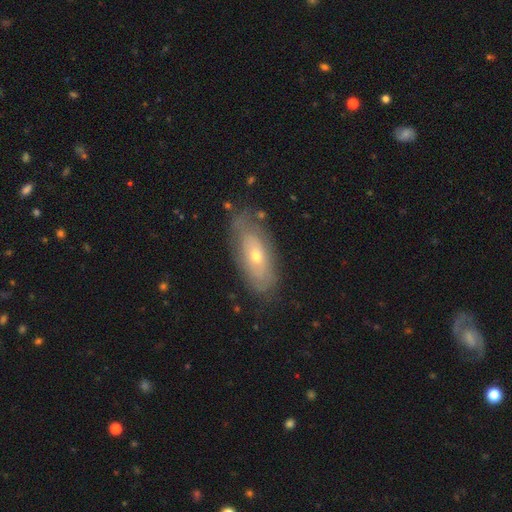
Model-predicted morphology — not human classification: This is possibly a featured or disk galaxy (58%). It is clearly not viewed edge-on (81%). Merging: likely none (75%).